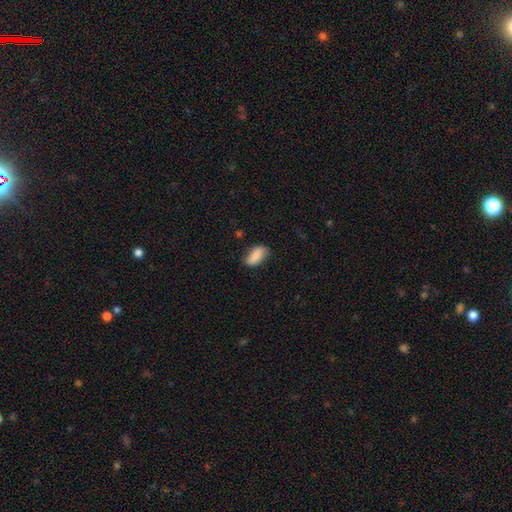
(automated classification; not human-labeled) smooth-or-featured: smooth: 82% | featured or disk: 11% | star or artifact: 7%
  how-rounded: in between: 90% | cigar-shaped: 6% | round: 4%
  merging: none: 73% | minor disturbance: 21% | major disturbance: 4% | merger: 2%